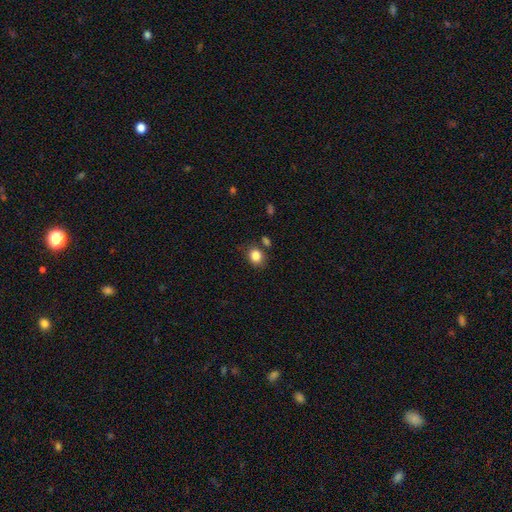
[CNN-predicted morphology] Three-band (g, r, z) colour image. It shows a smooth galaxy with no disk features (84%) that is round (57%). Merging: none (75%).